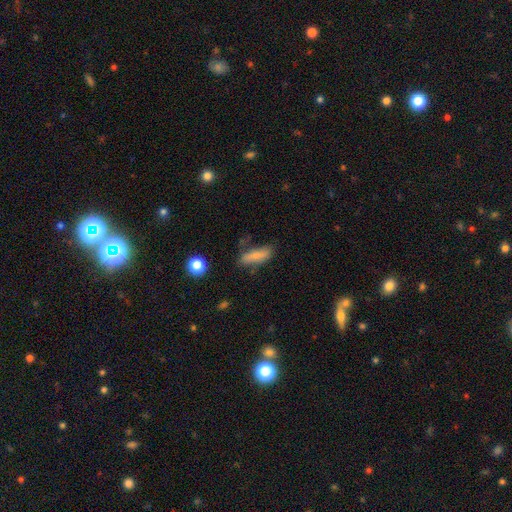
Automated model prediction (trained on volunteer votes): Smooth or featured?
  - smooth: 78% *
  - featured or disk: 14%
  - star or artifact: 9%
How rounded?
  - in between: 50% *
  - cigar-shaped: 47%
  - round: 3%
Merging?
  - none: 61% *
  - minor disturbance: 25%
  - major disturbance: 9%
  - merger: 4%